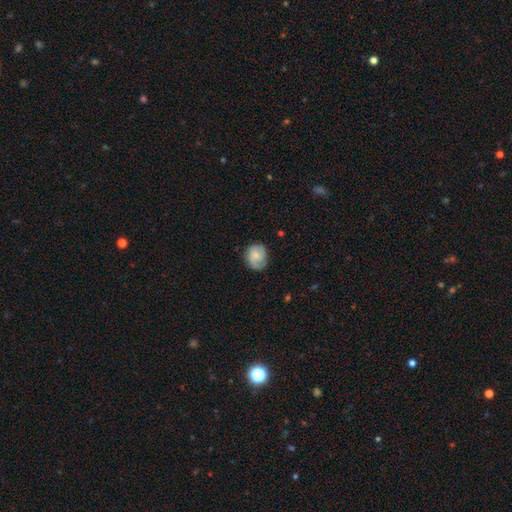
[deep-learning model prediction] Q: Smooth or featured?
A: smooth (48%); runner-up: featured or disk (45%)
Q: Merging?
A: none (69%); runner-up: minor disturbance (23%)